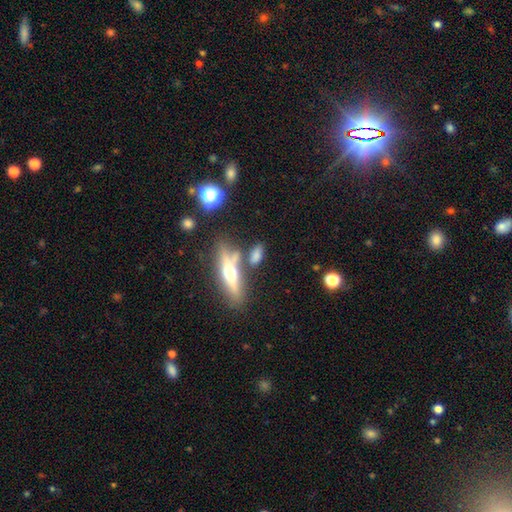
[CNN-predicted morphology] Overall: smooth (61%; featured or disk 27%). How rounded: in between (59%; cigar-shaped 31%). Merging: none (61%).